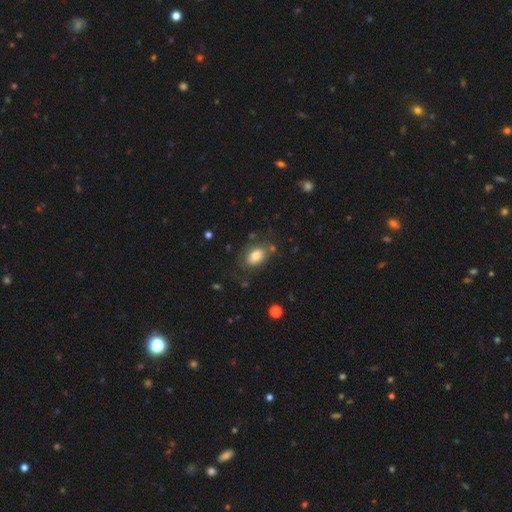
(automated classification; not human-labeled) smooth 80%, featured or disk 12%, star or artifact 8%. Down the decision tree: how rounded — in between (85%); merging — none (66%).